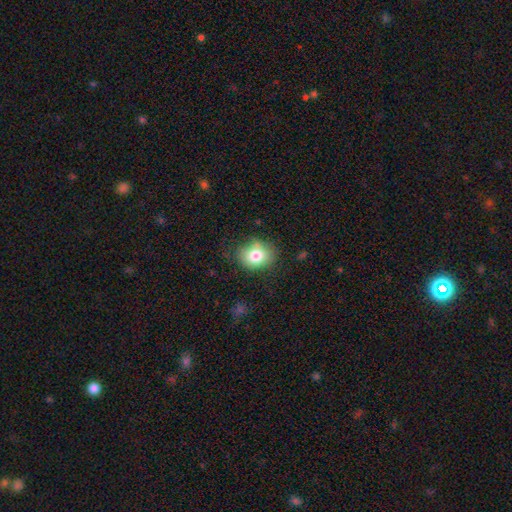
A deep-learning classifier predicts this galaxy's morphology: This is likely a smooth galaxy (78%). How rounded: possibly round (52%). Merging: likely none (70%).